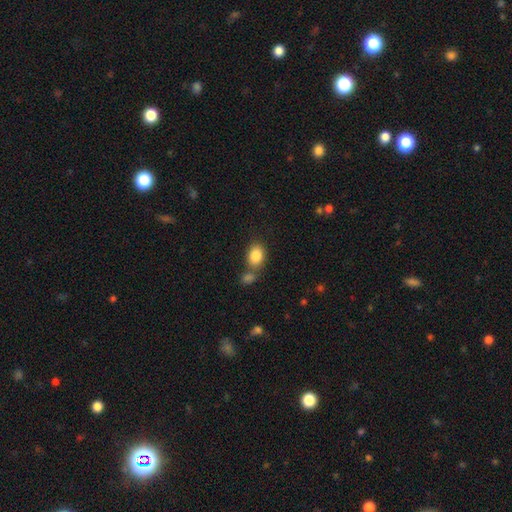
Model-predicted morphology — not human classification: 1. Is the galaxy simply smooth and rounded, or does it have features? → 85% smooth, 8% star or artifact, 7% featured or disk.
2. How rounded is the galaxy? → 72% in between, 27% round, 1% cigar-shaped.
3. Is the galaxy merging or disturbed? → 54% none, 29% merger, 12% minor disturbance, 4% major disturbance.